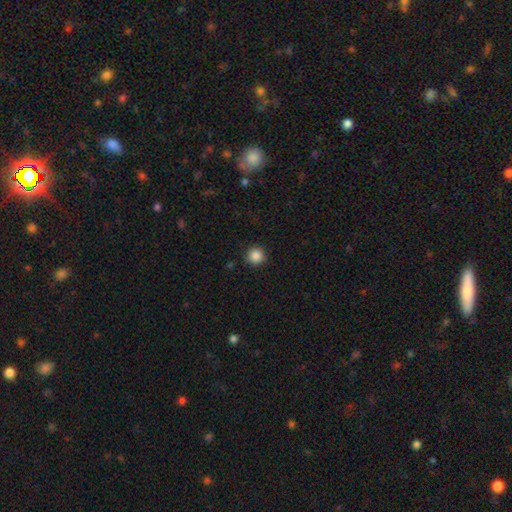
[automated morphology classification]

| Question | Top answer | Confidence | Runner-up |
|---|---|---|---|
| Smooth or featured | smooth | 87% | star or artifact (10%) |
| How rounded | round | 95% | in between (4%) |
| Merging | none | 91% | minor disturbance (6%) |